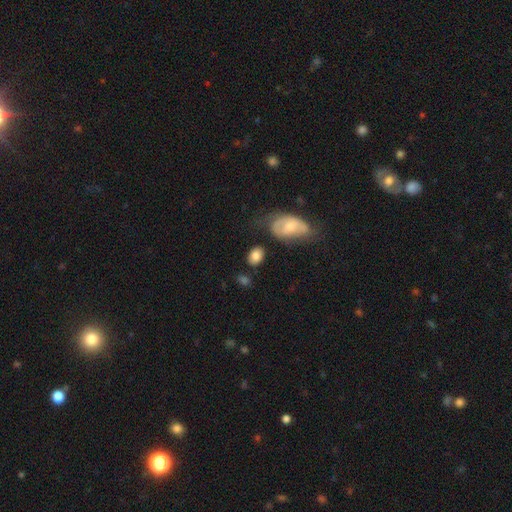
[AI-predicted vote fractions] A smooth galaxy with no disk features (82%) that is in between round and cigar-shaped (75%).

Vote fractions:
- Smooth or featured? smooth: 82% / featured or disk: 11% / star or artifact: 7%
- How rounded? in between: 75% / round: 23% / cigar-shaped: 2%
- Merging? none: 70% / minor disturbance: 16% / merger: 8% / major disturbance: 6%